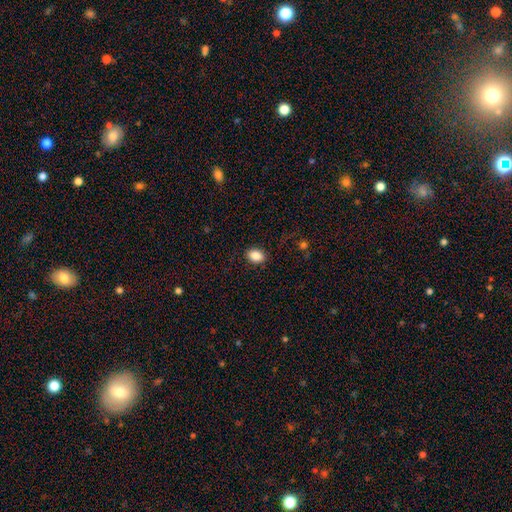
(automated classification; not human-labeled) A smooth galaxy with no disk features (87%) that is in between round and cigar-shaped (72%). Merging: none (89%).